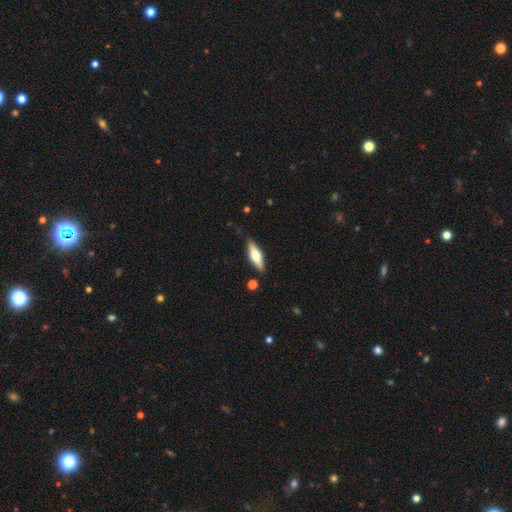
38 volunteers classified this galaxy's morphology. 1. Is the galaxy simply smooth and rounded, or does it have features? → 58% featured or disk, 34% smooth, 8% star or artifact.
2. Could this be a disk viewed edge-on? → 86% yes, 14% no.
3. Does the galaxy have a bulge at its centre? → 84% rounded, 11% none, 5% boxy.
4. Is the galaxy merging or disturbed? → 80% none, 9% minor disturbance, 6% major disturbance, 6% merger.